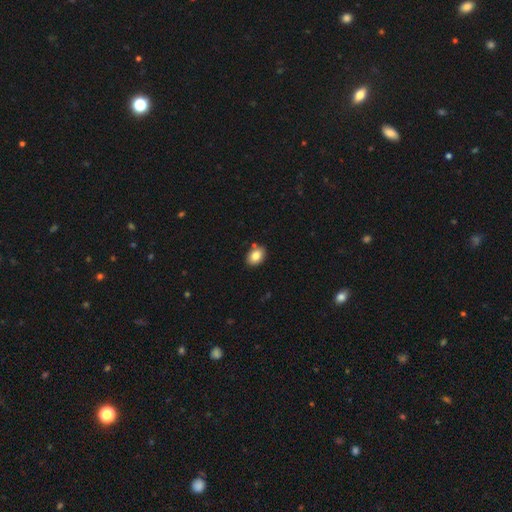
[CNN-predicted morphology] type=smooth (83%); roundness=in between (75%); merging=none (83%).